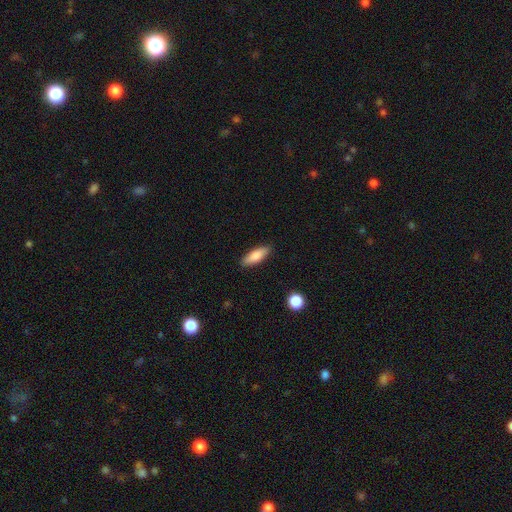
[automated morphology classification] Q: Smooth or featured?
A: smooth (80%); runner-up: featured or disk (14%)
Q: How rounded?
A: in between (58%); runner-up: cigar-shaped (40%)
Q: Merging?
A: none (88%); runner-up: minor disturbance (9%)